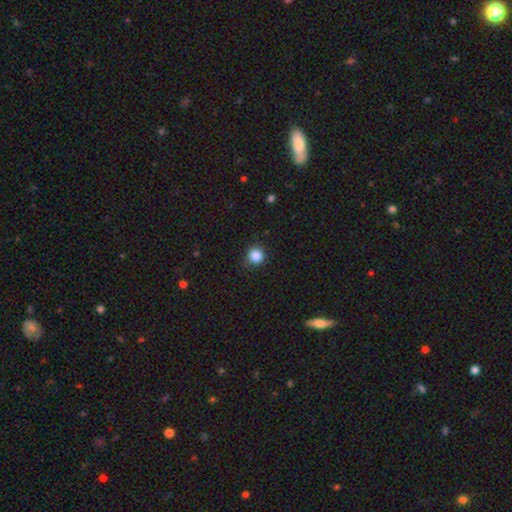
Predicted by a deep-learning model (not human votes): Smooth or featured?
  - smooth: 86% *
  - star or artifact: 11%
  - featured or disk: 3%
How rounded?
  - round: 92% *
  - in between: 7%
  - cigar-shaped: 1%
Merging?
  - none: 85% *
  - minor disturbance: 11%
  - major disturbance: 3%
  - merger: 1%